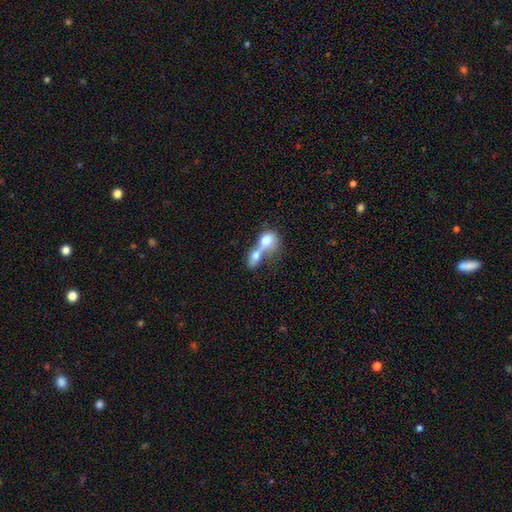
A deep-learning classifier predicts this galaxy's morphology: smooth-or-featured: smooth: 71% | featured or disk: 21% | star or artifact: 8%
  how-rounded: in between: 68% | round: 24% | cigar-shaped: 8%
  merging: merger: 81% | none: 10% | major disturbance: 5% | minor disturbance: 4%